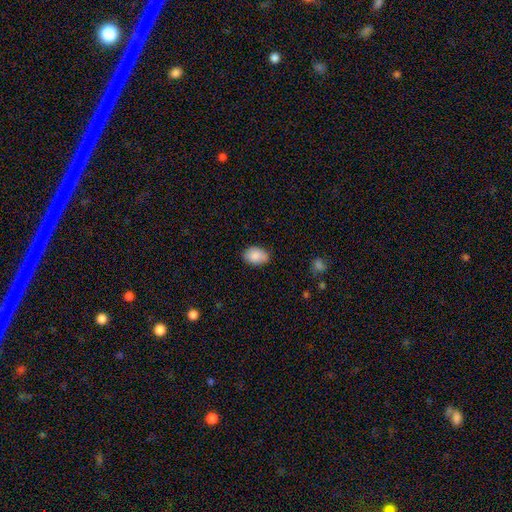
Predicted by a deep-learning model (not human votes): A smooth galaxy with no disk features (87%) that is in between round and cigar-shaped (82%). Merging: none (79%).